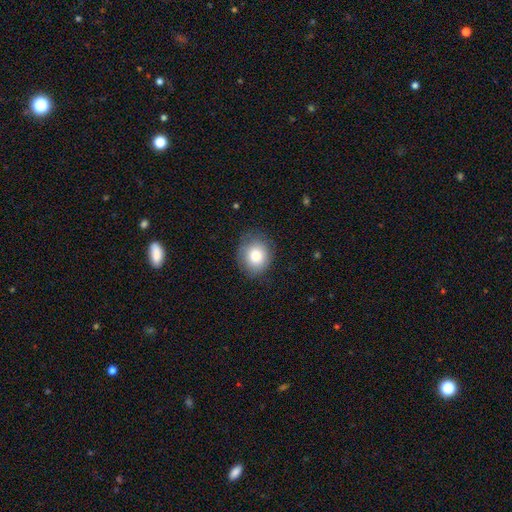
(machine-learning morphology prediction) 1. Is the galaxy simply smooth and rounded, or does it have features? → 81% smooth, 10% featured or disk, 9% star or artifact.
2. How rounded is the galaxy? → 65% round, 34% in between, 1% cigar-shaped.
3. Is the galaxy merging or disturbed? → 79% none, 15% minor disturbance, 4% major disturbance, 1% merger.